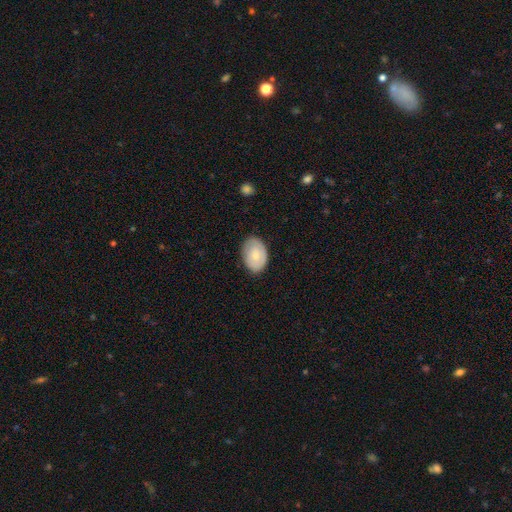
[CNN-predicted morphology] type=smooth (70%); roundness=in between (84%); merging=none (80%).